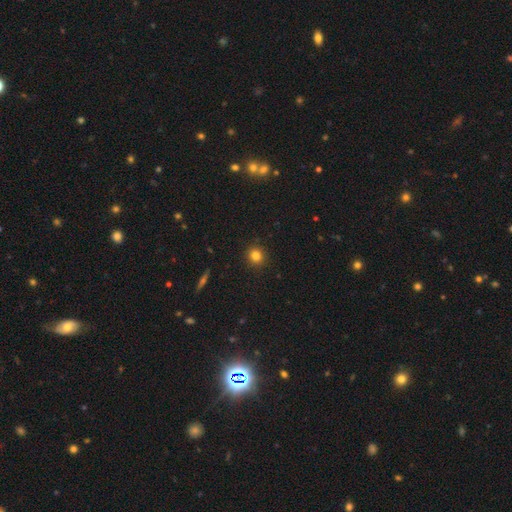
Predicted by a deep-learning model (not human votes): This is clearly a smooth galaxy (82%). How rounded: clearly round (89%). Merging: clearly none (91%).